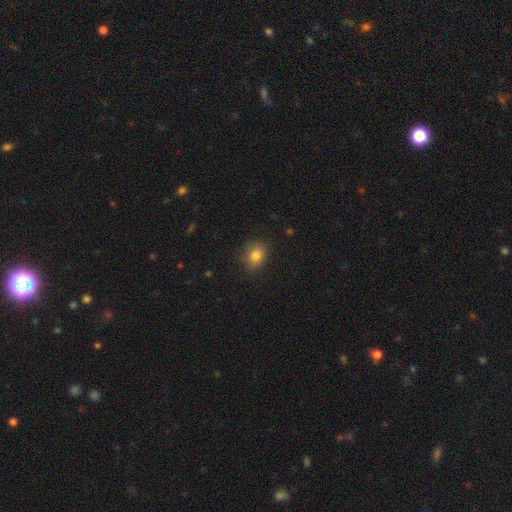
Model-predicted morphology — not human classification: Smooth or featured: smooth — 82% (star or artifact — 11%)
How rounded: round — 62% (in between — 37%)
Merging: none — 83% (minor disturbance — 13%)